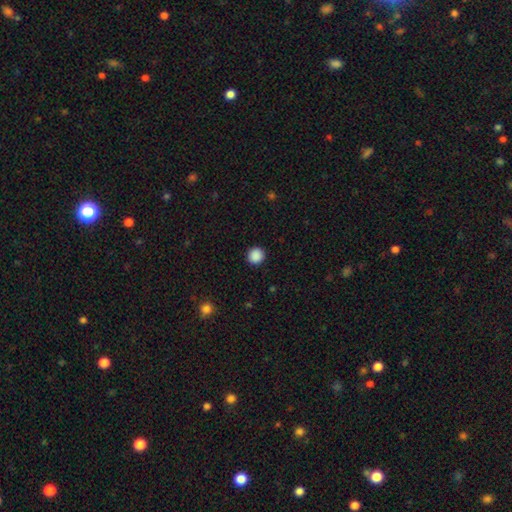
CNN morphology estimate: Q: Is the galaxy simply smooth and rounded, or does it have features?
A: smooth — 89%.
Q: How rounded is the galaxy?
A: round — 93%.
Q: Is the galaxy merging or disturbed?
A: none — 92%.